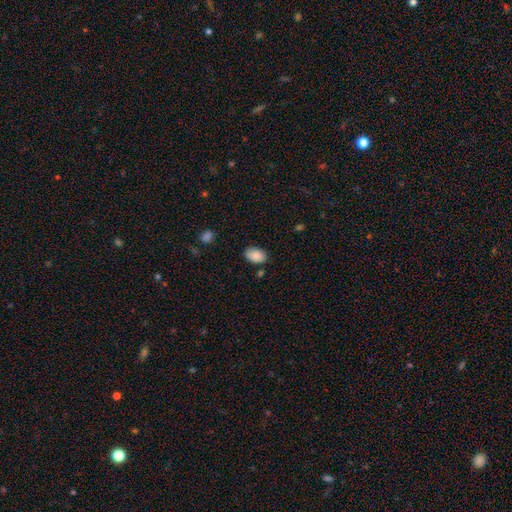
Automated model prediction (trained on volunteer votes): A smooth galaxy with no disk features (87%) that is in between round and cigar-shaped (90%).

Vote fractions:
- Smooth or featured? smooth: 87% / star or artifact: 7% / featured or disk: 6%
- How rounded? in between: 90% / round: 9% / cigar-shaped: 1%
- Merging? none: 81% / minor disturbance: 14% / major disturbance: 3% / merger: 3%